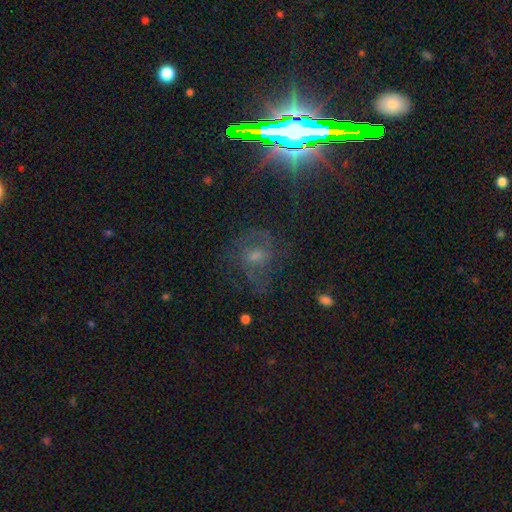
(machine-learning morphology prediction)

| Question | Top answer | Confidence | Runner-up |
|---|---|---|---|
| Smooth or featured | featured or disk | 48% | smooth (26%) |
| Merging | none | 56% | major disturbance (23%) |